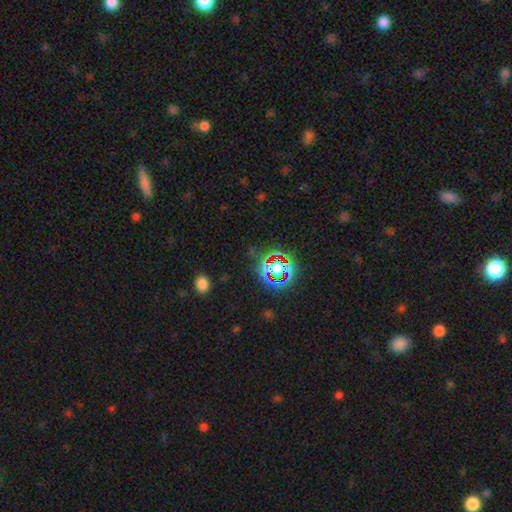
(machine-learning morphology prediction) This is likely a star or artifact rather than a galaxy (72%).